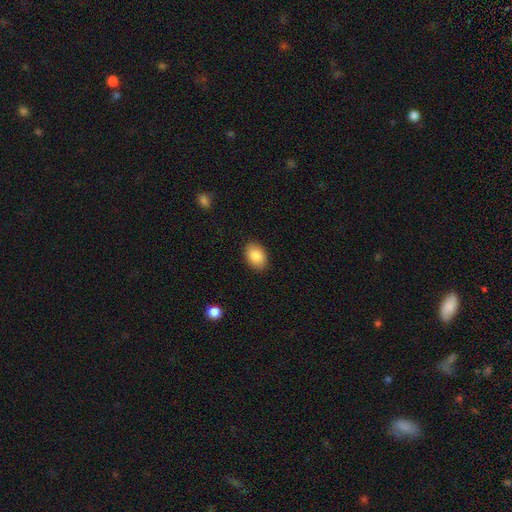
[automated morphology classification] type=smooth (88%); roundness=in between (85%); merging=none (88%).